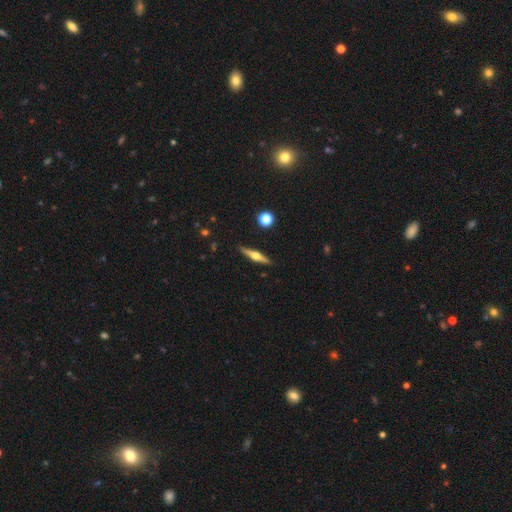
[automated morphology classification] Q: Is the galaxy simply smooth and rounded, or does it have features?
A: featured or disk — 67%.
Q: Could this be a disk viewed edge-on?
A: yes — 97%.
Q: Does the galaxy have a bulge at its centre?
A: rounded — 94%.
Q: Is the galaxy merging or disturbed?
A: none — 90%.